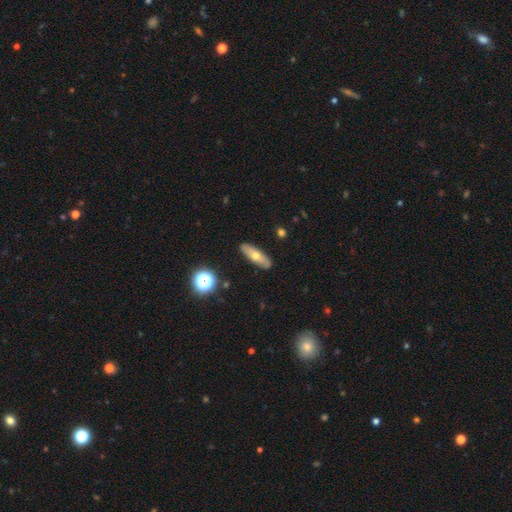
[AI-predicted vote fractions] The model was most divided on "how rounded": cigar-shaped: 49%, in between: 47%, round: 5%. More confident: merging — none (88%); smooth or featured — smooth (55%).